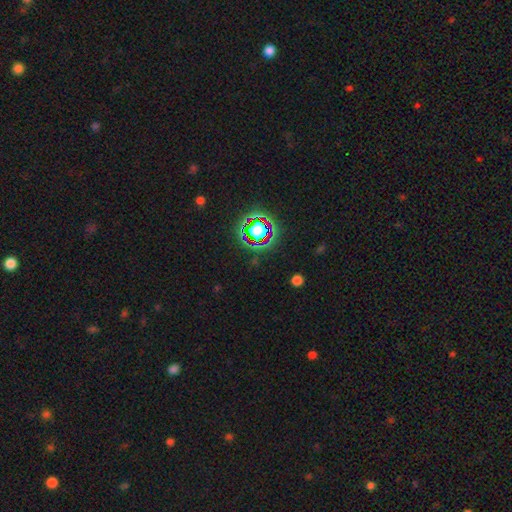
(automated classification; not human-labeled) This appears to be a star or artifact, not a galaxy (77%).